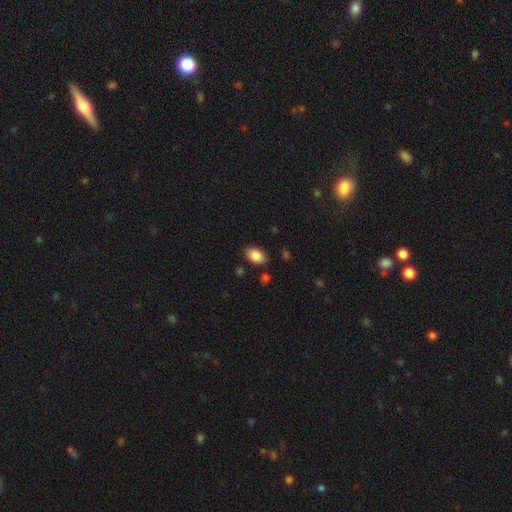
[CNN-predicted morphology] Q: Smooth or featured?
A: smooth (87%); runner-up: star or artifact (8%)
Q: How rounded?
A: in between (90%); runner-up: round (9%)
Q: Merging?
A: none (84%); runner-up: minor disturbance (11%)